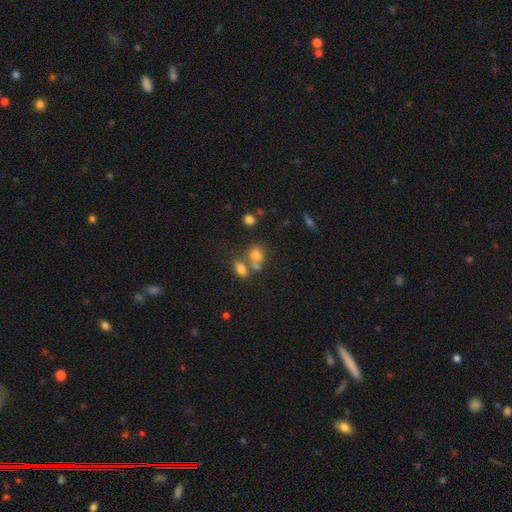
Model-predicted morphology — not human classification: This is possibly a smooth galaxy (55%). How rounded: likely round (78%). Merging: possibly merger (45%).